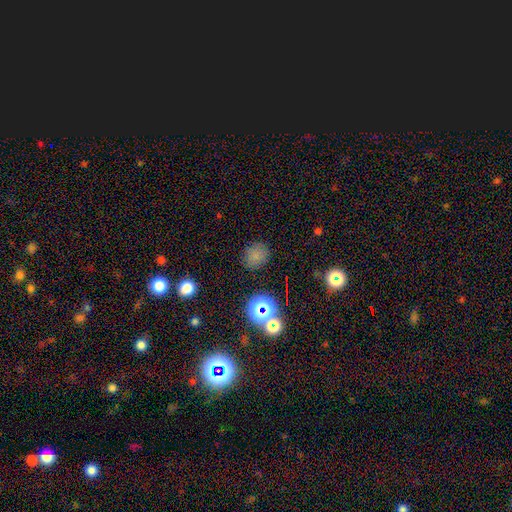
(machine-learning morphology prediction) smooth 70%, star or artifact 23%, featured or disk 7%. Down the decision tree: how rounded — round (72%); merging — none (83%).